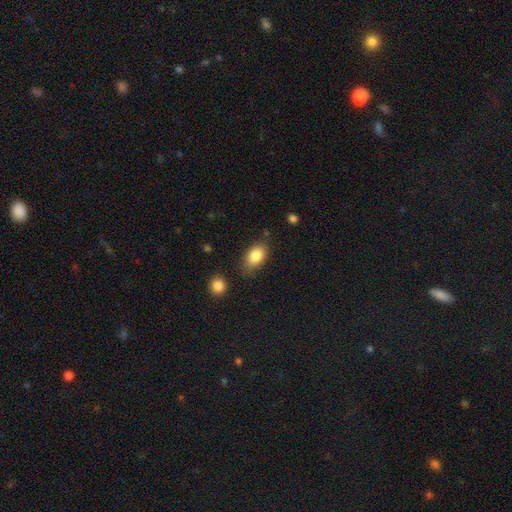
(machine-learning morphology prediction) Smooth or featured? Predicted: smooth (p=0.83). How rounded? Predicted: in between (p=0.89). Merging? Predicted: none (p=0.73).